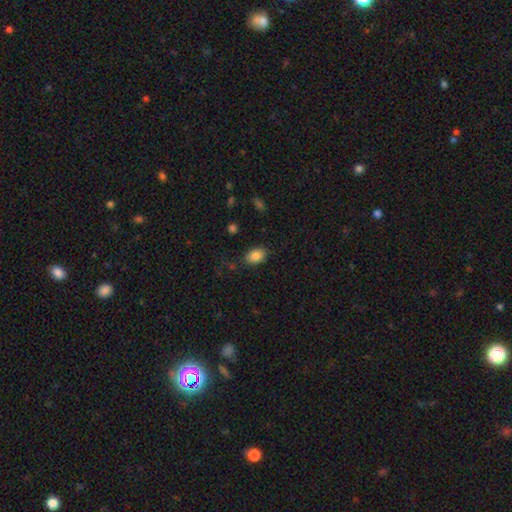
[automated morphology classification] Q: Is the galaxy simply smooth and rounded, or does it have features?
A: smooth — 85%.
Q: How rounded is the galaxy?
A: in between — 84%.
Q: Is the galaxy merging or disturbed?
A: none — 83%.